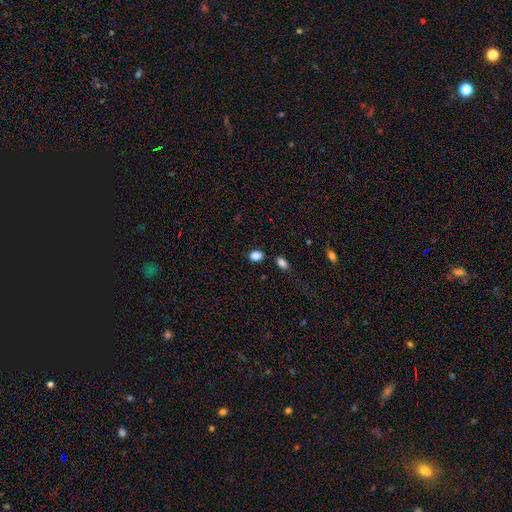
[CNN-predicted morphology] Q: Smooth or featured?
A: smooth (86%); runner-up: star or artifact (10%)
Q: How rounded?
A: in between (71%); runner-up: round (27%)
Q: Merging?
A: none (81%); runner-up: minor disturbance (11%)